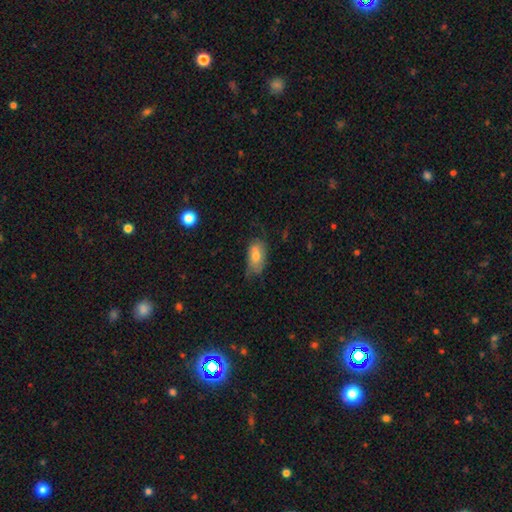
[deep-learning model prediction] Morphology: type=smooth (69%); roundness=in between (90%); merging=none (51%).